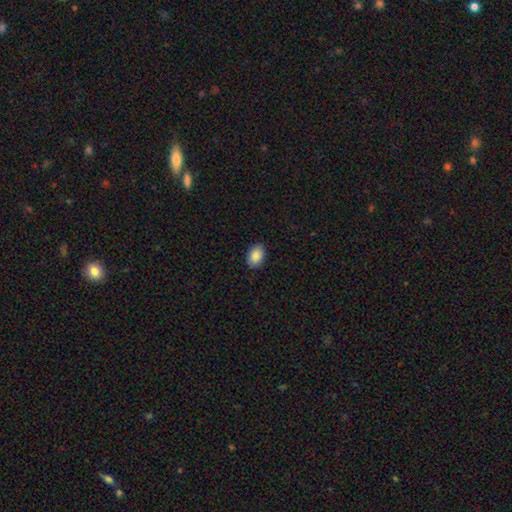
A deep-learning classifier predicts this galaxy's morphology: Q: Smooth or featured?
A: smooth (89%); runner-up: star or artifact (7%)
Q: How rounded?
A: in between (81%); runner-up: round (18%)
Q: Merging?
A: none (89%); runner-up: minor disturbance (8%)